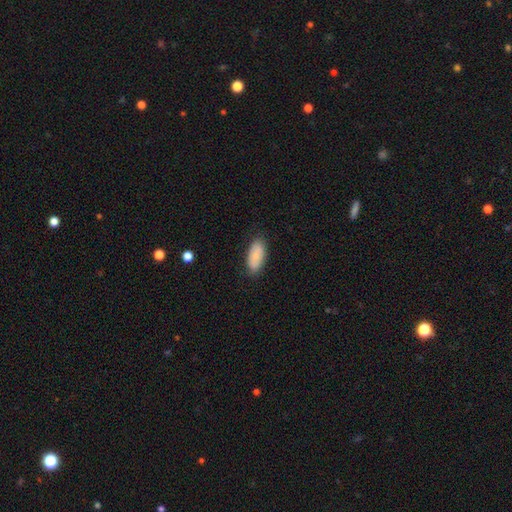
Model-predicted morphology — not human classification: Smooth or featured: smooth — 79% (featured or disk — 15%)
How rounded: in between — 90% (cigar-shaped — 8%)
Merging: none — 84% (minor disturbance — 12%)